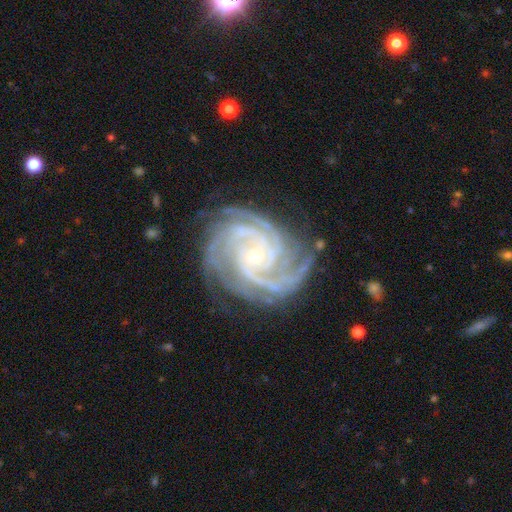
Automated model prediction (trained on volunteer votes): smooth_or_featured: featured or disk (p=0.93) [alt: star or artifact p=0.05]
disk_edge_on: no (p=0.98) [alt: yes p=0.02]
bar: no (p=0.66) [alt: weak p=0.24]
has_spiral_arms: yes (p=0.99) [alt: no p=0.01]
spiral_winding: tight (p=0.75) [alt: medium p=0.23]
spiral_arm_count: 4 (p=0.34) [alt: 3 p=0.23]
bulge_size: small (p=0.80) [alt: moderate p=0.16]
merging: none (p=0.78) [alt: minor disturbance p=0.16]